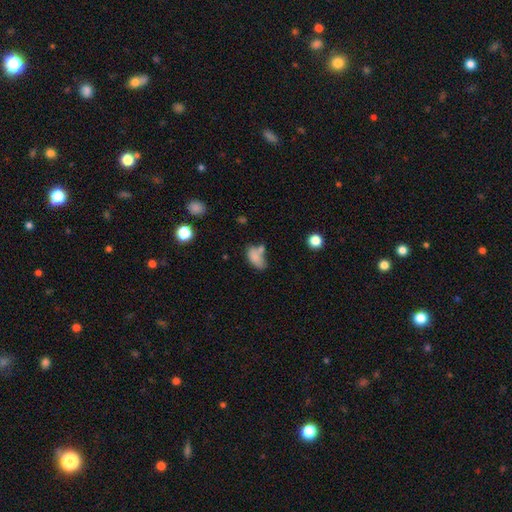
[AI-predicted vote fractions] Q: Smooth or featured?
A: smooth (76%); runner-up: featured or disk (13%)
Q: How rounded?
A: in between (89%); runner-up: round (7%)
Q: Merging?
A: none (34%); runner-up: merger (31%)